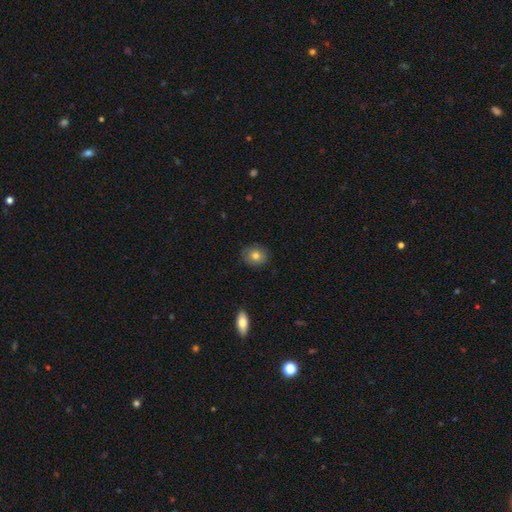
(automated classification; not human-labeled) Smooth or featured? Predicted: smooth (p=0.78). How rounded? Predicted: round (p=0.71). Merging? Predicted: none (p=0.85).